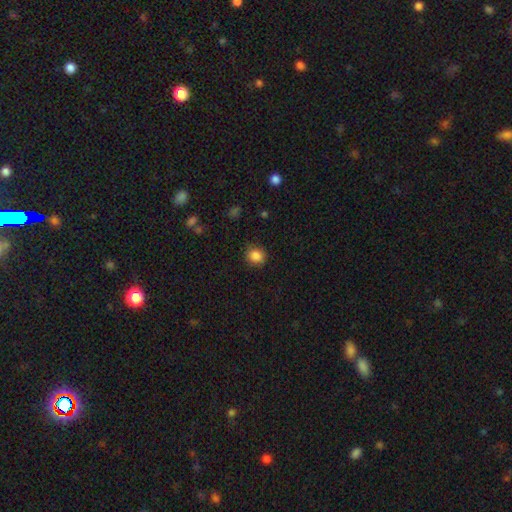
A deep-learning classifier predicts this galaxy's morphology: A smooth galaxy with no disk features (86%) that is round (74%). Merging: none (85%).